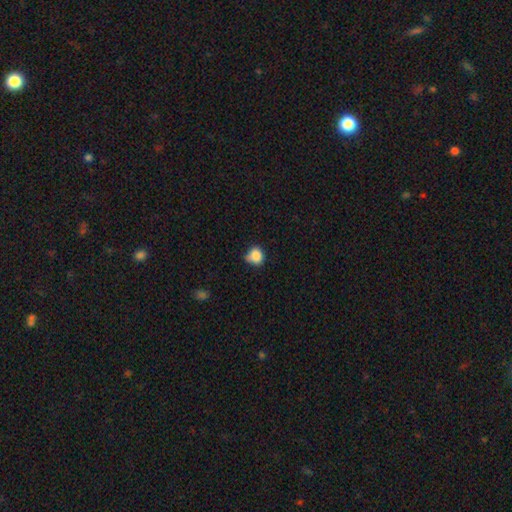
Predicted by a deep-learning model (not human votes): The model was most divided on "merging": none: 55%, minor disturbance: 34%, major disturbance: 6%, merger: 4%. More confident: smooth or featured — smooth (85%); how rounded — round (79%).